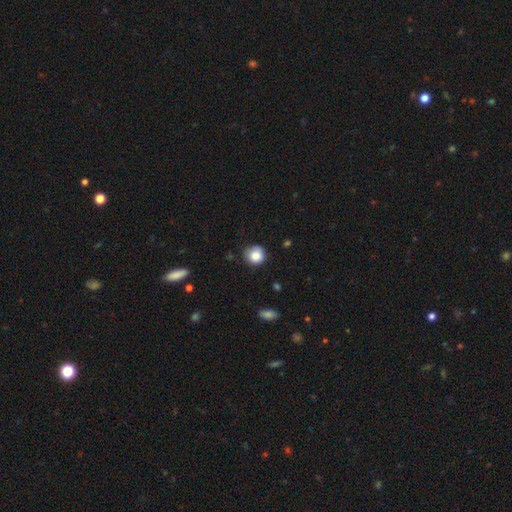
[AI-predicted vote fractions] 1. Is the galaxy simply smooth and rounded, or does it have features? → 84% smooth, 9% star or artifact, 6% featured or disk.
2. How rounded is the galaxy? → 90% round, 9% in between, 1% cigar-shaped.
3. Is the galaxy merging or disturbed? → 75% none, 20% minor disturbance, 4% major disturbance, 2% merger.